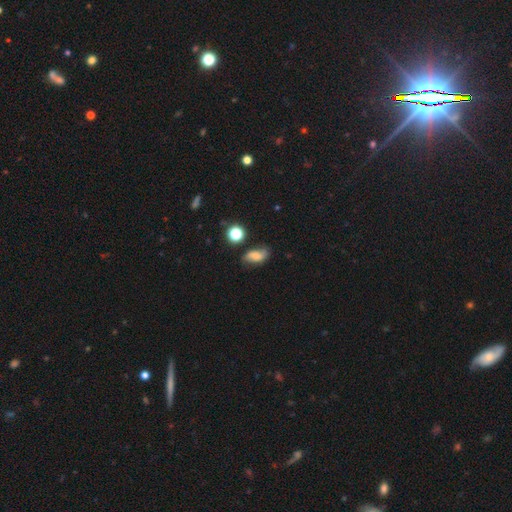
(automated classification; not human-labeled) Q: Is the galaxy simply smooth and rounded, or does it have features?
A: smooth — 54%.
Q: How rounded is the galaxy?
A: in between — 84%.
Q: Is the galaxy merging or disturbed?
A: none — 64%.